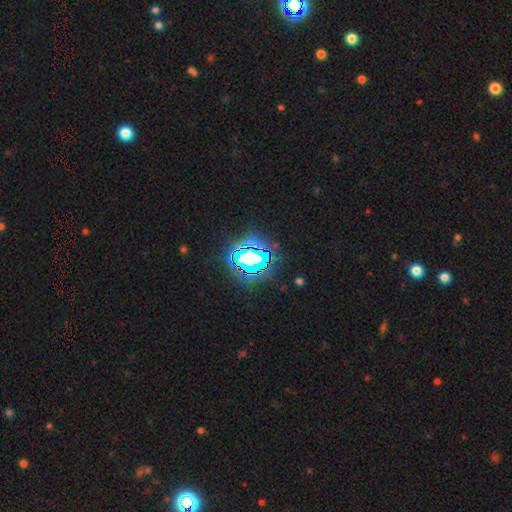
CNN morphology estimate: Smooth or featured?
  - star or artifact: 77% *
  - smooth: 14%
  - featured or disk: 9%